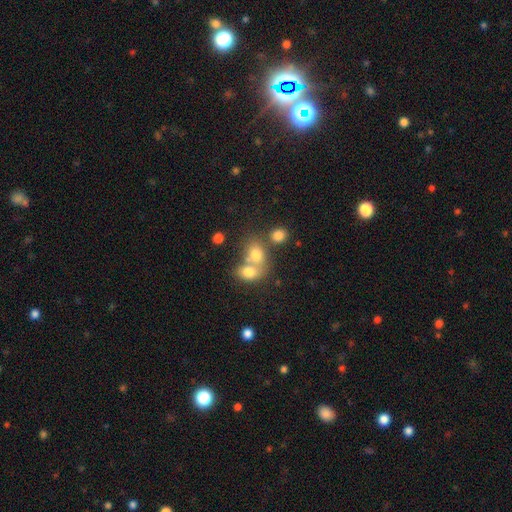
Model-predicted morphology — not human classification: Smooth or featured? Predicted: smooth (p=0.72). How rounded? Predicted: in between (p=0.51). Merging? Predicted: merger (p=0.59).